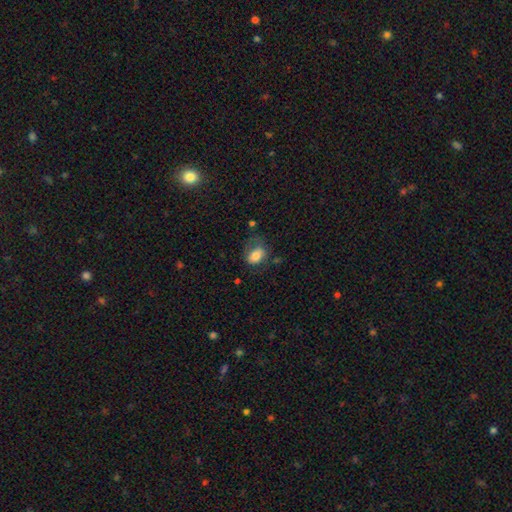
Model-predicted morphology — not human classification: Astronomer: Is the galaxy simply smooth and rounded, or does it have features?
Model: smooth — 74%.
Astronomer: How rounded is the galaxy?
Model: in between — 72%.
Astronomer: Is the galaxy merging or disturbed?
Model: none — 49% (runner-up: minor disturbance, 28%).